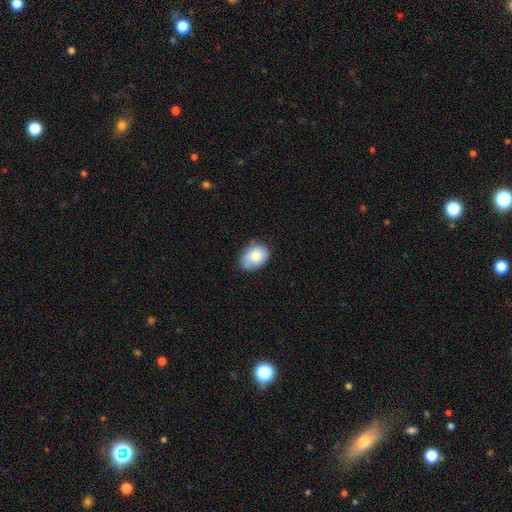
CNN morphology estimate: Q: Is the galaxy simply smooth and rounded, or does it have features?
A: smooth — 74%.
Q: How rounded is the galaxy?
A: in between — 71%.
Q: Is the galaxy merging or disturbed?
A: none — 61%.